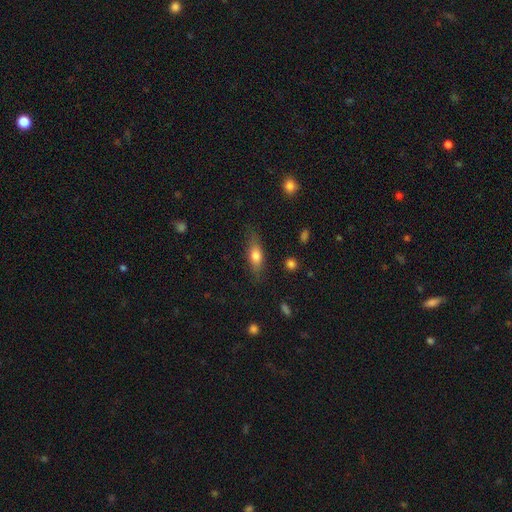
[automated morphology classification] Overall: smooth (70%). How rounded: in between (61%; cigar-shaped 35%). Merging: none (76%).